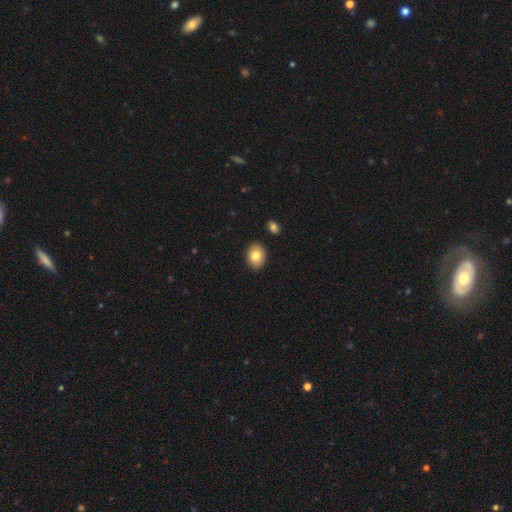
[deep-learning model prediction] This is clearly a smooth galaxy (80%). How rounded: likely in between (68%). Merging: clearly none (89%).